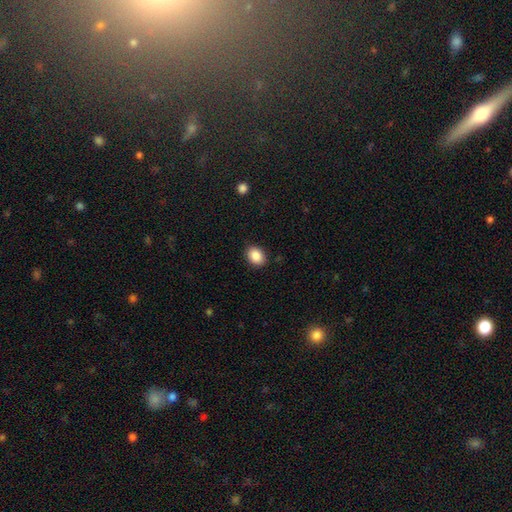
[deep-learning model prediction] Overall: smooth (89%). How rounded: in between (66%; round 33%). Merging: none (89%).